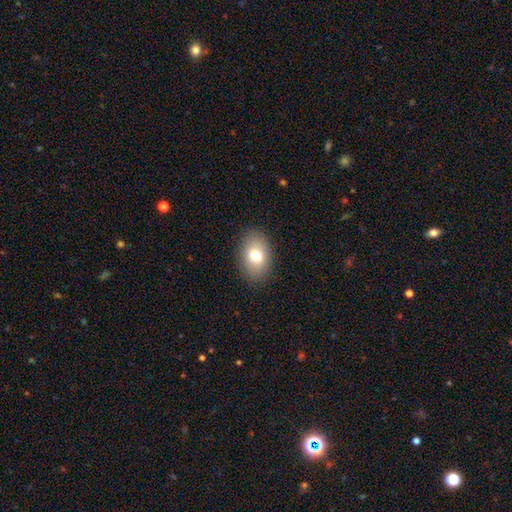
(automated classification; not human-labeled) Overall: smooth (76%). How rounded: in between (85%). Merging: none (88%).